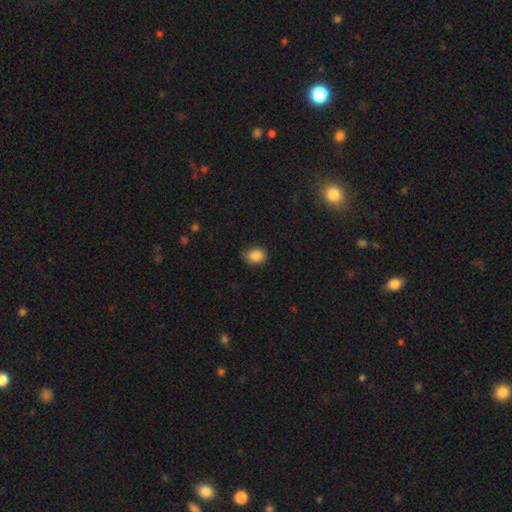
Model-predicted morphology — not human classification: smooth_or_featured: smooth (p=0.86) [alt: star or artifact p=0.09]
how_rounded: in between (p=0.59) [alt: round p=0.40]
merging: none (p=0.76) [alt: minor disturbance p=0.20]